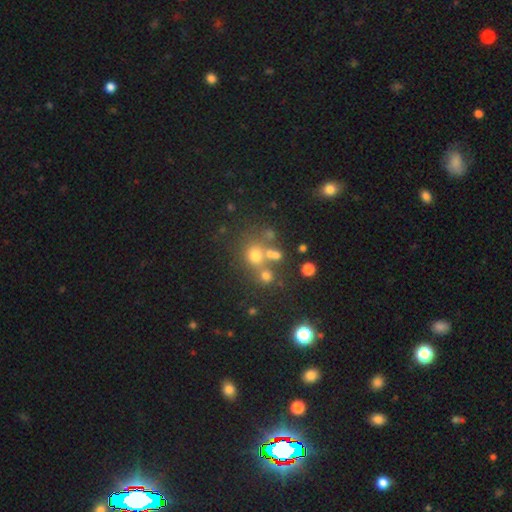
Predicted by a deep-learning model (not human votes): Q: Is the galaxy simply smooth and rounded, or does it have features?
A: smooth — 62%.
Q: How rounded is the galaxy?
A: round — 82%.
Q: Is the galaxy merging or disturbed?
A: none — 55%.